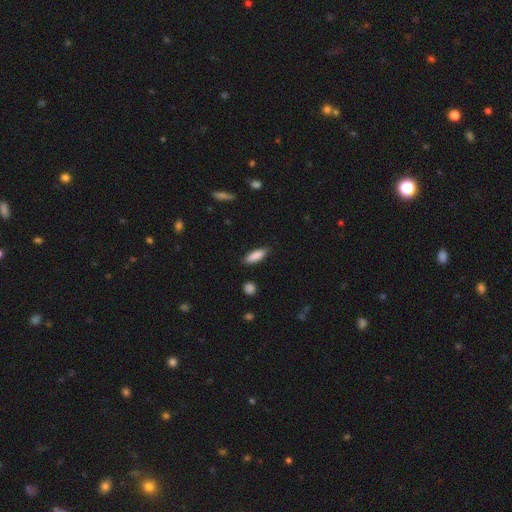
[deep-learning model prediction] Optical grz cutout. It shows a smooth galaxy with no disk features (87%) that is in between round and cigar-shaped (60%). Merging: none (83%).